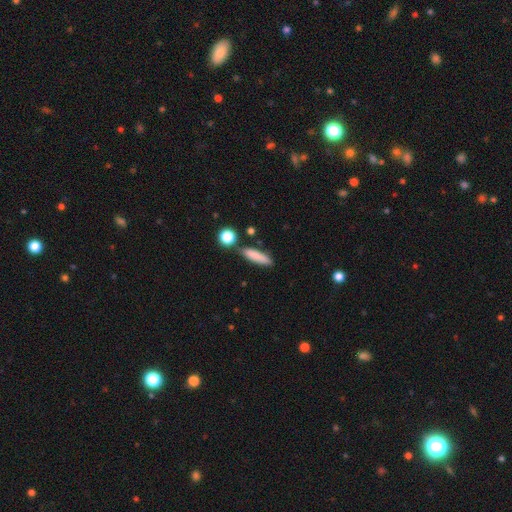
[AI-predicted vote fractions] This appears to be a smooth galaxy with no disk features (82%) that is cigar-shaped (72%). Merging: none (78%).